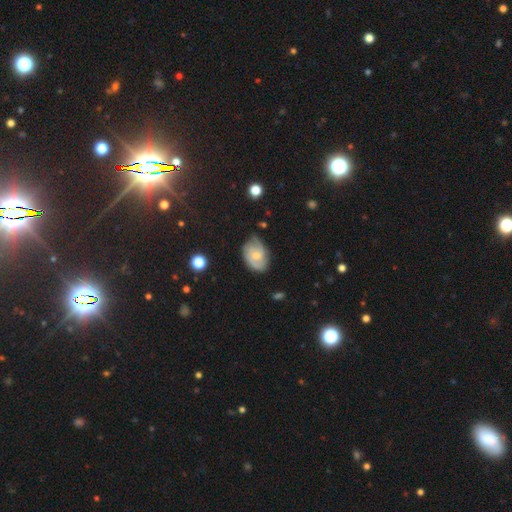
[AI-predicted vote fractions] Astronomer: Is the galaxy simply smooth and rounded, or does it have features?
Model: featured or disk — 61%.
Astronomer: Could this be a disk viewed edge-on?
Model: no — 96%.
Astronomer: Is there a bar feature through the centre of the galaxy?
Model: no — 60% (runner-up: weak, 36%).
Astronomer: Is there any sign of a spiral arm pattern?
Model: yes — 89%.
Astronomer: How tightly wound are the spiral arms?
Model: medium — 43% (runner-up: tight, 39%).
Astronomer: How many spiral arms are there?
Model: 2 — 51%.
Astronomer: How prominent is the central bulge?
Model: small — 57% (runner-up: moderate, 35%).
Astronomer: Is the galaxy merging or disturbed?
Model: none — 63%.